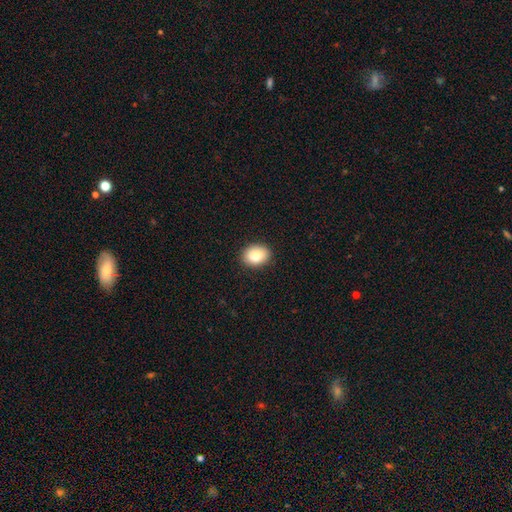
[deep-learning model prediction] A smooth galaxy with no disk features (88%) that is in between round and cigar-shaped (62%).

Vote fractions:
- Smooth or featured? smooth: 88% / star or artifact: 8% / featured or disk: 4%
- How rounded? in between: 62% / round: 37% / cigar-shaped: 1%
- Merging? none: 88% / minor disturbance: 9% / major disturbance: 2% / merger: 1%